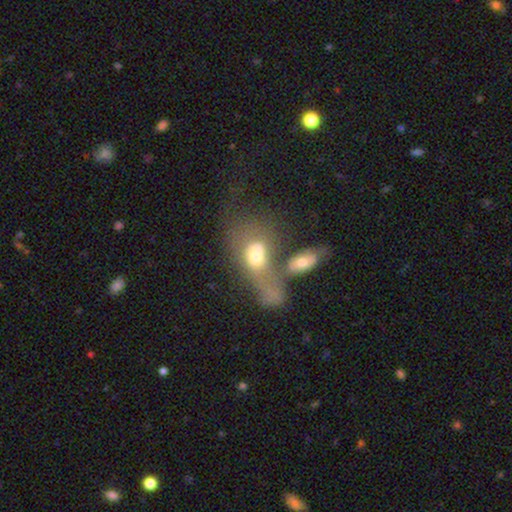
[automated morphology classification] smooth_or_featured: smooth (p=0.56) [alt: featured or disk p=0.34]
how_rounded: in between (p=0.81) [alt: round p=0.14]
merging: merger (p=0.49) [alt: major disturbance p=0.27]